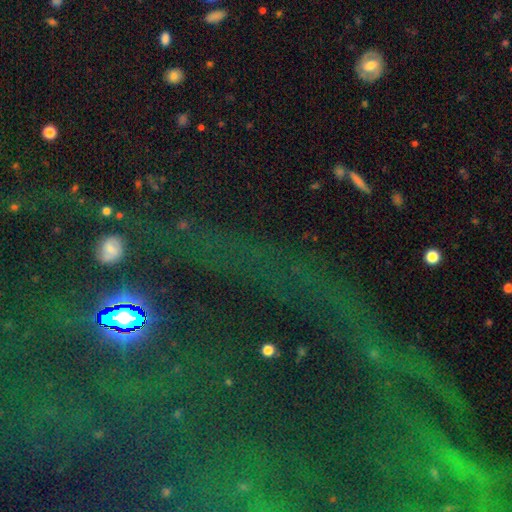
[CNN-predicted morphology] Q: Smooth or featured?
A: star or artifact (80%); runner-up: smooth (11%)